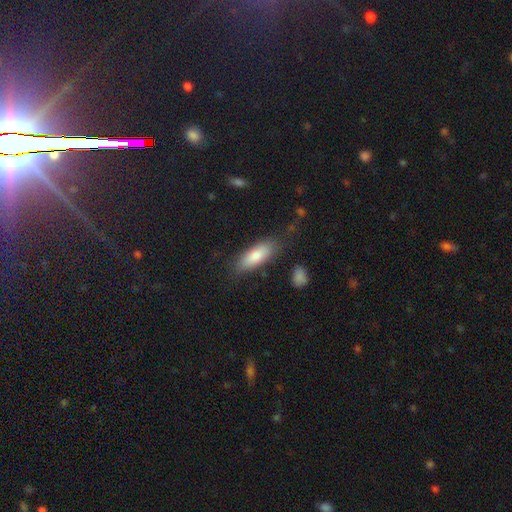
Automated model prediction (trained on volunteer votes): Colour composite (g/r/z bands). It shows a smooth galaxy with no disk features (79%) that is in between round and cigar-shaped (67%). Merging: none (76%).